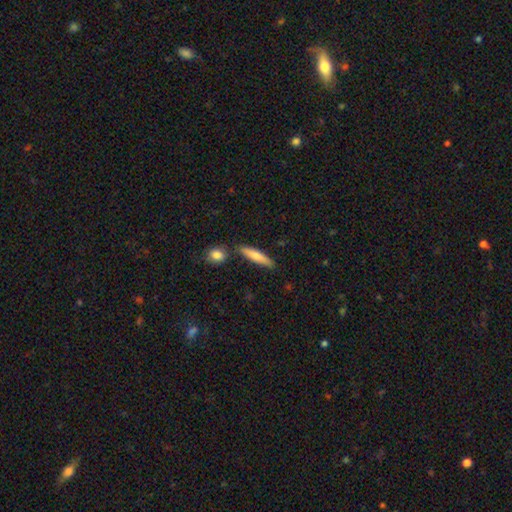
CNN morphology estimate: Overall: smooth (74%). How rounded: cigar-shaped (82%). Merging: none (78%).